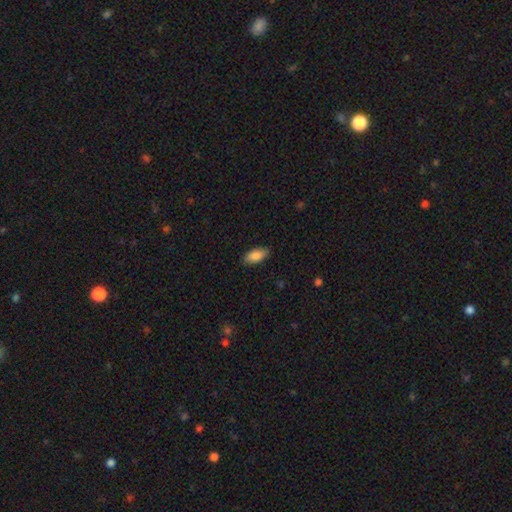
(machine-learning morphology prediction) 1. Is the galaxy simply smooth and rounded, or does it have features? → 85% smooth, 8% featured or disk, 6% star or artifact.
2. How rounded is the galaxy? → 89% in between, 9% cigar-shaped, 2% round.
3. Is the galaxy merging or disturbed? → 87% none, 10% minor disturbance, 2% major disturbance, 1% merger.